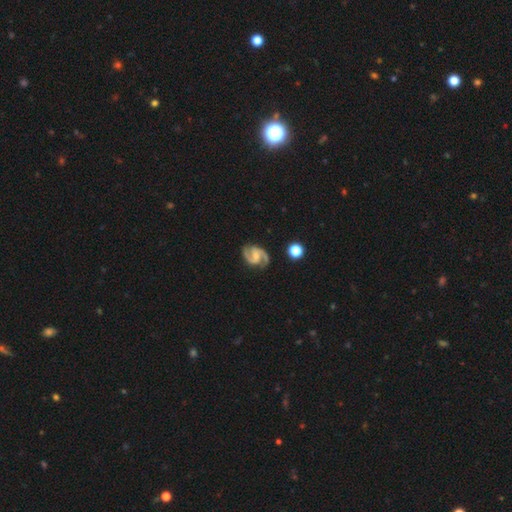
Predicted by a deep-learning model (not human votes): The model was most divided on "bar": weak: 48%, no: 31%, strong: 21%. Remaining: spiral arms — yes (98%); edge-on disk — no (98%); spiral arm count — 2 (94%); smooth or featured — featured or disk (92%); merging — none (84%); spiral winding — medium (62%); bulge size — small (48%).